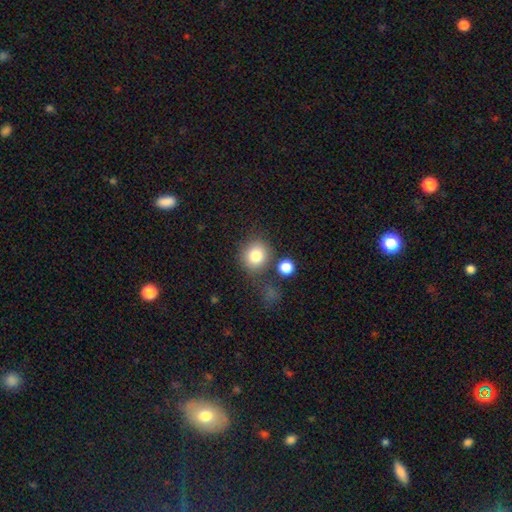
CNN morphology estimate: A smooth galaxy with no disk features (82%) that is round (84%).

Vote fractions:
- Smooth or featured? smooth: 82% / star or artifact: 10% / featured or disk: 8%
- How rounded? round: 84% / in between: 15% / cigar-shaped: 1%
- Merging? none: 70% / minor disturbance: 13% / merger: 11% / major disturbance: 6%